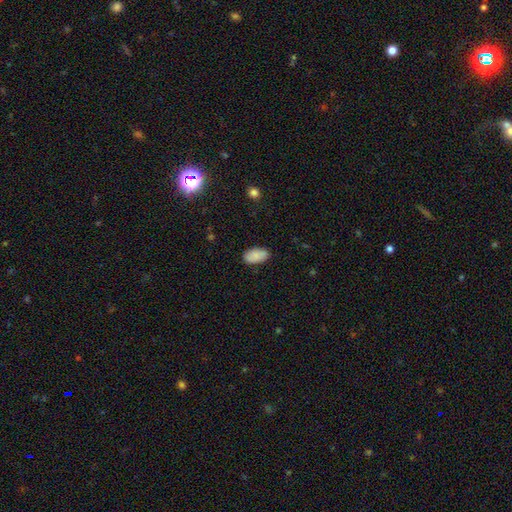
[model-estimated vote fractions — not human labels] A smooth galaxy with no disk features (86%) that is in between round and cigar-shaped (94%).

Vote fractions:
- Smooth or featured? smooth: 86% / star or artifact: 7% / featured or disk: 7%
- How rounded? in between: 94% / round: 3% / cigar-shaped: 2%
- Merging? none: 81% / minor disturbance: 15% / major disturbance: 3% / merger: 2%